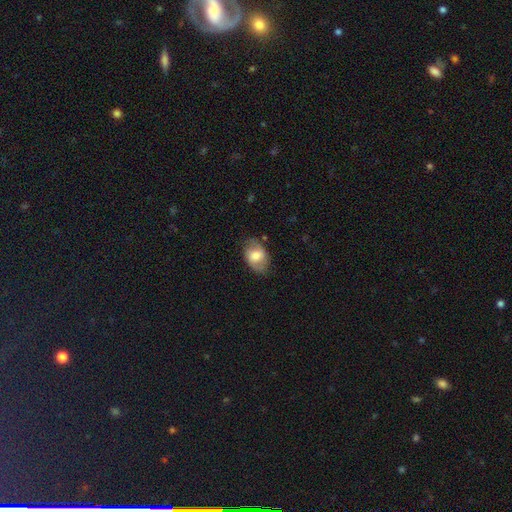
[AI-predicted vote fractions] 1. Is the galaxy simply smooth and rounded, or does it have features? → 49% smooth, 44% featured or disk, 7% star or artifact.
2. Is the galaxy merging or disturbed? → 72% none, 20% minor disturbance, 6% major disturbance, 1% merger.